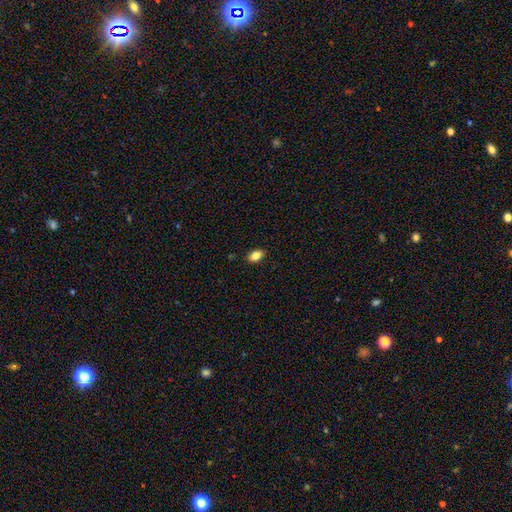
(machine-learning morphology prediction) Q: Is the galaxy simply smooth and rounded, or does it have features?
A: smooth — 85%.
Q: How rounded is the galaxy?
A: in between — 89%.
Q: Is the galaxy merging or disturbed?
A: none — 88%.